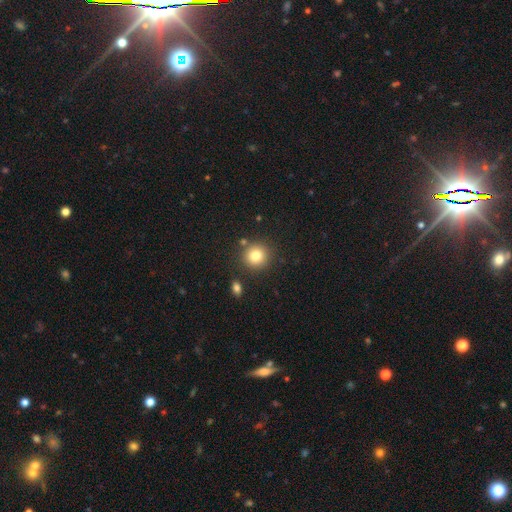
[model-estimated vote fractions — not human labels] smooth-or-featured: smooth: 81% | star or artifact: 11% | featured or disk: 8%
  how-rounded: round: 92% | in between: 7% | cigar-shaped: 1%
  merging: none: 85% | minor disturbance: 7% | merger: 6% | major disturbance: 3%